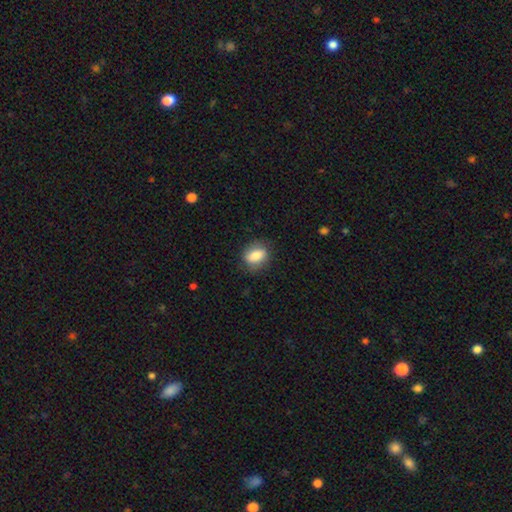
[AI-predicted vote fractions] Smooth or featured: smooth — 79% (featured or disk — 13%)
How rounded: in between — 70% (round — 27%)
Merging: none — 81% (minor disturbance — 14%)